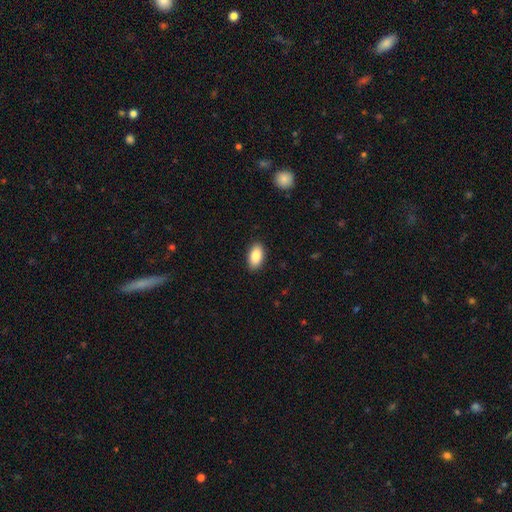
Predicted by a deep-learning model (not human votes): smooth_or_featured: smooth (p=0.86) [alt: star or artifact p=0.07]
how_rounded: in between (p=0.93) [alt: round p=0.03]
merging: none (p=0.90) [alt: minor disturbance p=0.07]